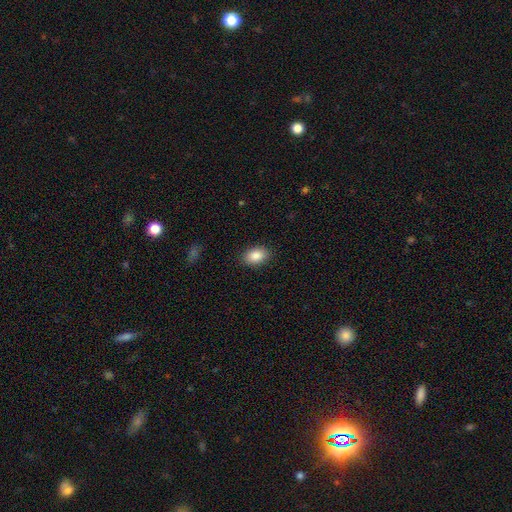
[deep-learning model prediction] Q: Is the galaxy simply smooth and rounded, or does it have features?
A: smooth — 87%.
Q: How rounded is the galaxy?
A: in between — 83%.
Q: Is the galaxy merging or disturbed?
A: none — 88%.